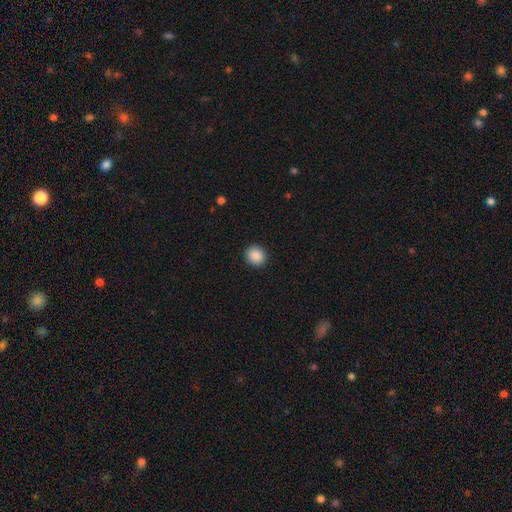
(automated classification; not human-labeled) Smooth or featured?
  - smooth: 89% *
  - star or artifact: 8%
  - featured or disk: 3%
How rounded?
  - round: 81% *
  - in between: 18%
  - cigar-shaped: 1%
Merging?
  - none: 92% *
  - minor disturbance: 6%
  - major disturbance: 2%
  - merger: 1%